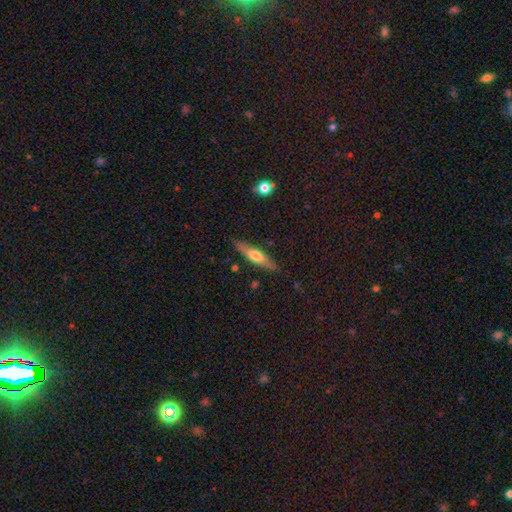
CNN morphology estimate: smooth-or-featured: featured or disk: 49% | smooth: 45% | star or artifact: 6%
  merging: none: 85% | minor disturbance: 11% | major disturbance: 2% | merger: 2%